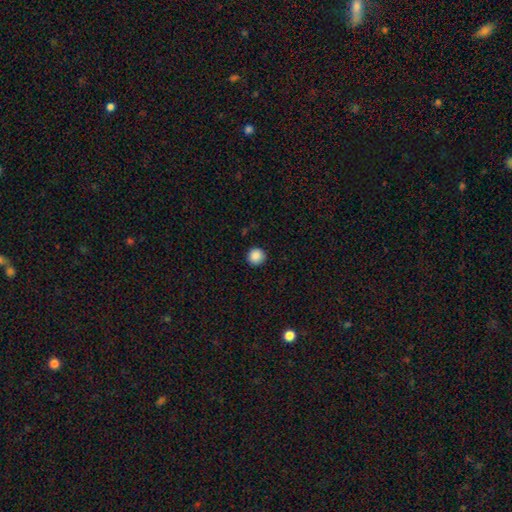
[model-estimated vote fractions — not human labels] Overall: smooth (88%). How rounded: round (94%). Merging: none (92%).